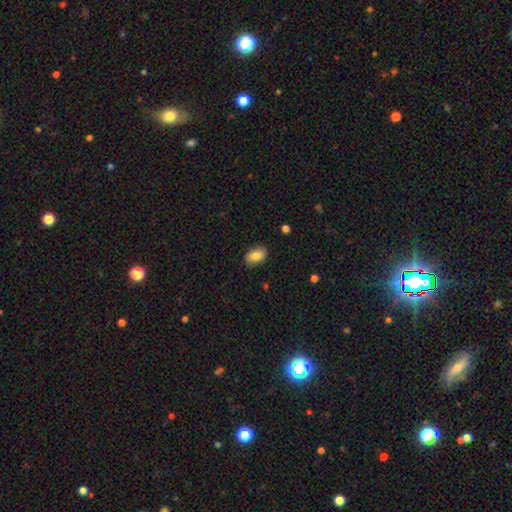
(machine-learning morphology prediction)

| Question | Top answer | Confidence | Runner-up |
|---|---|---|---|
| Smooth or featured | smooth | 84% | featured or disk (9%) |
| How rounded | in between | 89% | round (10%) |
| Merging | none | 85% | minor disturbance (12%) |